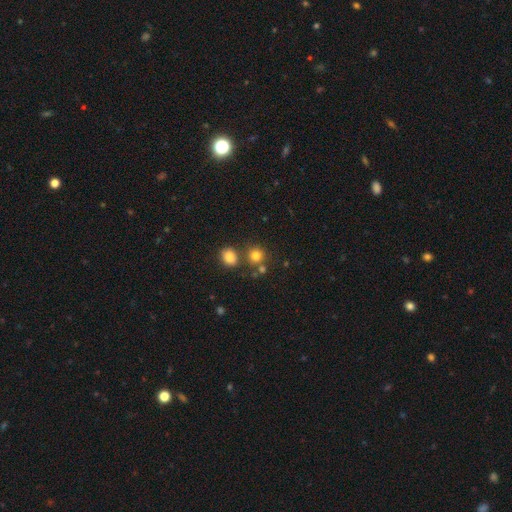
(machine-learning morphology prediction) type=smooth (79%); roundness=round (85%); merging=none (68%).